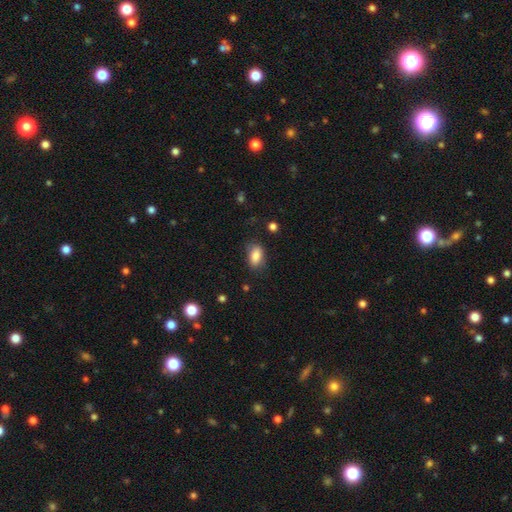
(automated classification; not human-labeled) Overall: smooth (85%). How rounded: in between (88%). Merging: none (75%).